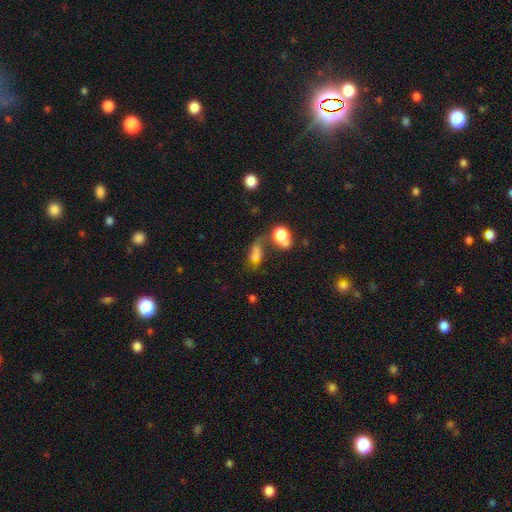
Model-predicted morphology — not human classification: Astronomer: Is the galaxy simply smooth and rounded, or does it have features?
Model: smooth — 62%.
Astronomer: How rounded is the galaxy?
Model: in between — 71%.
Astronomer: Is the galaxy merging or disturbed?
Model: merger — 36% (runner-up: none, 26%).